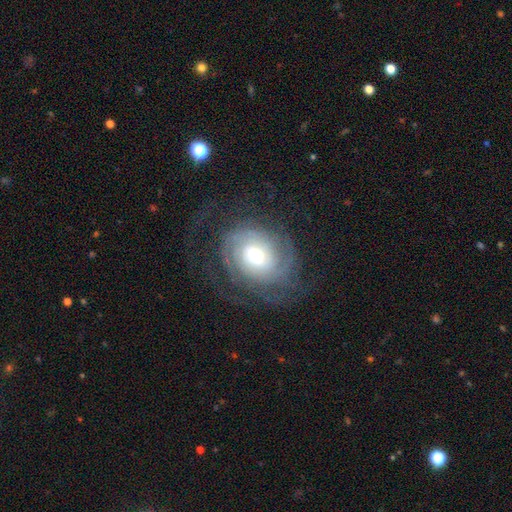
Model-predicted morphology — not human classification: Q: Smooth or featured?
A: featured or disk (82%); runner-up: smooth (11%)
Q: Edge-on disk?
A: no (97%); runner-up: yes (3%)
Q: Bar?
A: no (65%); runner-up: weak (27%)
Q: Spiral arms?
A: yes (95%); runner-up: no (5%)
Q: Spiral winding?
A: tight (64%); runner-up: medium (27%)
Q: Spiral arm count?
A: can't tell (31%); runner-up: 2 (29%)
Q: Bulge size?
A: moderate (46%); runner-up: large (33%)
Q: Merging?
A: none (68%); runner-up: minor disturbance (16%)